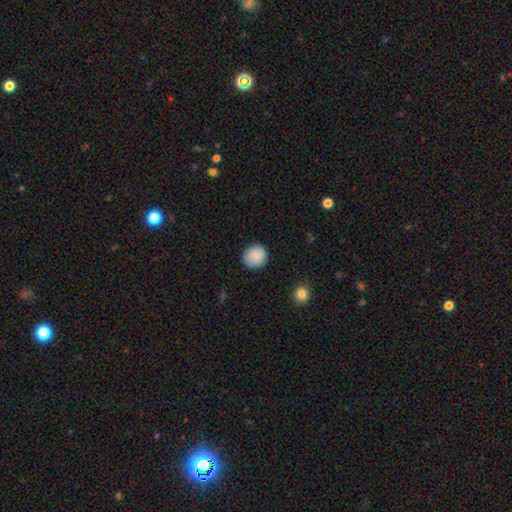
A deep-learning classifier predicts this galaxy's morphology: Q: Smooth or featured?
A: smooth (87%); runner-up: star or artifact (7%)
Q: How rounded?
A: round (85%); runner-up: in between (14%)
Q: Merging?
A: none (86%); runner-up: minor disturbance (11%)